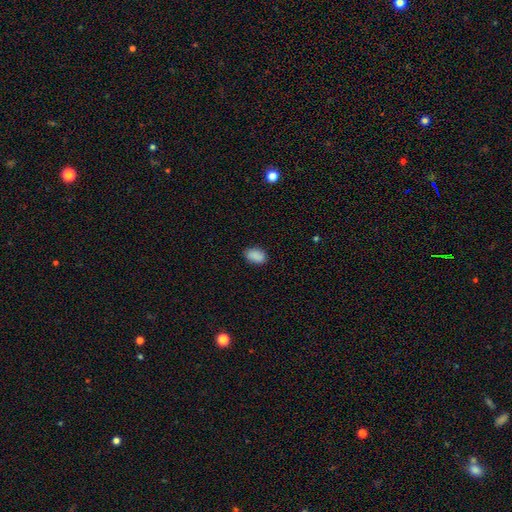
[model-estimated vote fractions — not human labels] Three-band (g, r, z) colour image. It shows a smooth galaxy with no disk features (89%) that is in between round and cigar-shaped (89%). Merging: none (86%).